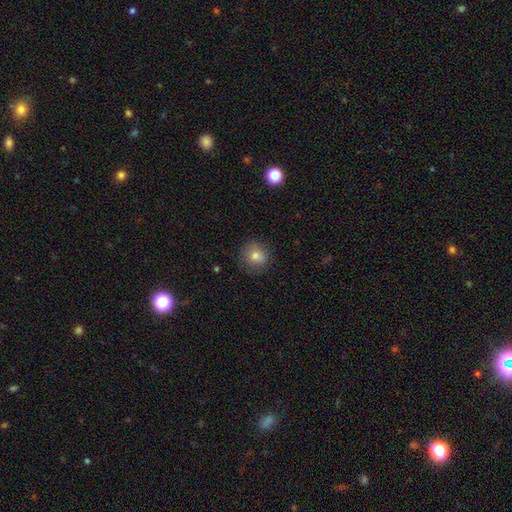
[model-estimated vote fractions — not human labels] A smooth galaxy with no disk features (78%) that is round (87%). Merging: none (82%).